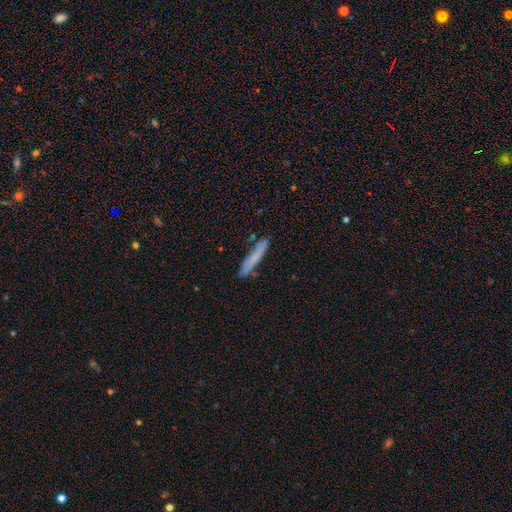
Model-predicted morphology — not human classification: Smooth or featured?
  - smooth: 67% *
  - featured or disk: 26%
  - star or artifact: 7%
How rounded?
  - cigar-shaped: 93% *
  - in between: 6%
  - round: 1%
Merging?
  - none: 76% *
  - minor disturbance: 17%
  - merger: 4%
  - major disturbance: 3%